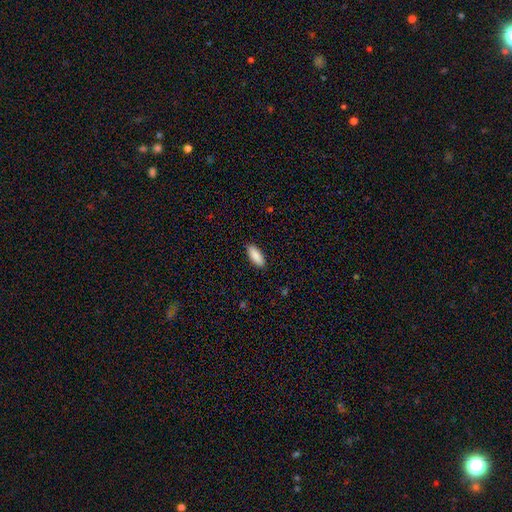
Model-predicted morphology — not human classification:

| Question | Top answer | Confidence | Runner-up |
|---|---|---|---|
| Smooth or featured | smooth | 90% | star or artifact (6%) |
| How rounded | in between | 78% | cigar-shaped (20%) |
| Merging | none | 90% | minor disturbance (7%) |